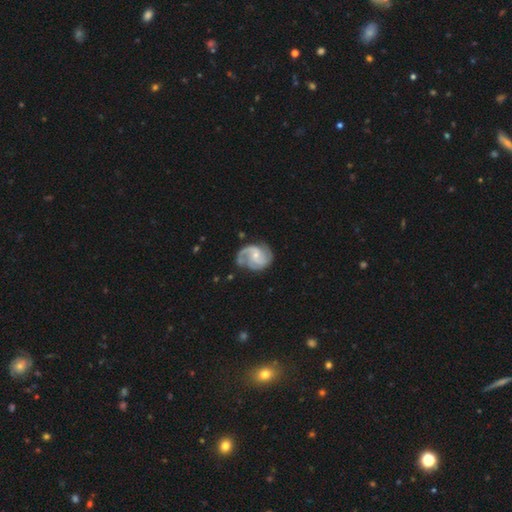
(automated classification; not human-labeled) featured or disk 87%, smooth 8%, star or artifact 5%. Down the decision tree: edge-on disk — no (98%); bar — no (49%); spiral arms — yes (97%); spiral arm count — 2 (71%); spiral winding — medium (53%); bulge size — small (65%); merging — none (63%).